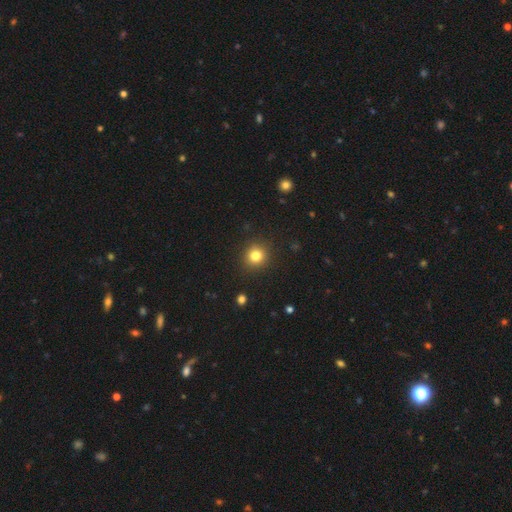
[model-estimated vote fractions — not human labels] Smooth or featured: smooth — 81% (star or artifact — 13%)
How rounded: round — 91% (in between — 9%)
Merging: none — 91% (minor disturbance — 6%)